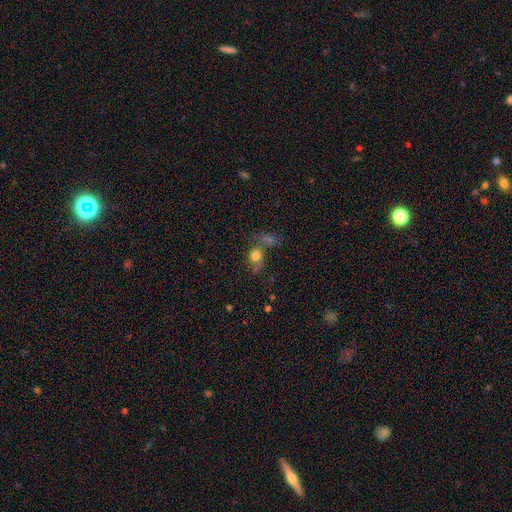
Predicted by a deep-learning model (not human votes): Morphology: type=smooth (74%); roundness=round (61%); merging=none (37%).